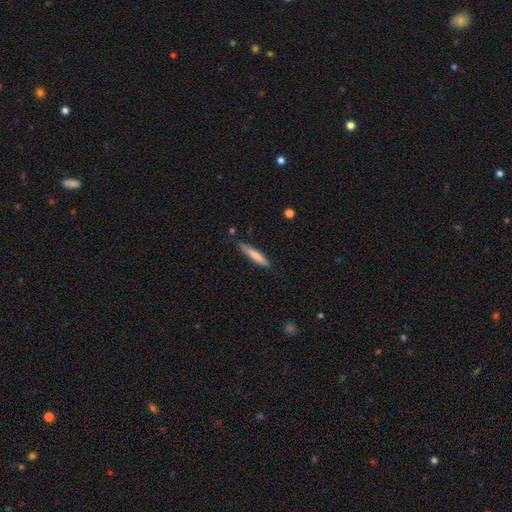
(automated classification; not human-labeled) smooth-or-featured: smooth: 74% | featured or disk: 20% | star or artifact: 6%
  how-rounded: cigar-shaped: 92% | in between: 7% | round: 1%
  merging: none: 79% | minor disturbance: 16% | major disturbance: 3% | merger: 2%